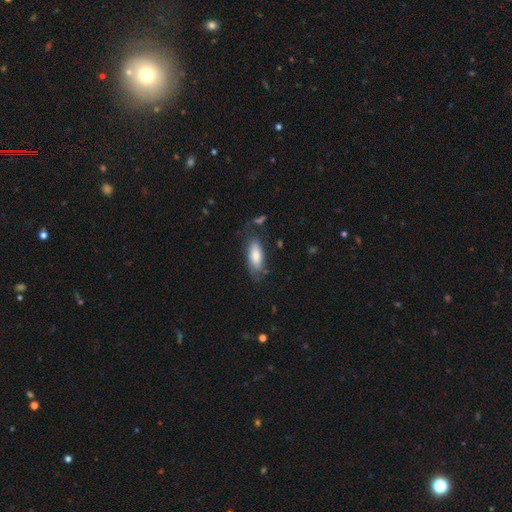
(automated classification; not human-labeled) Smooth or featured? Predicted: smooth (p=0.78). How rounded? Predicted: in between (p=0.80). Merging? Predicted: none (p=0.65).